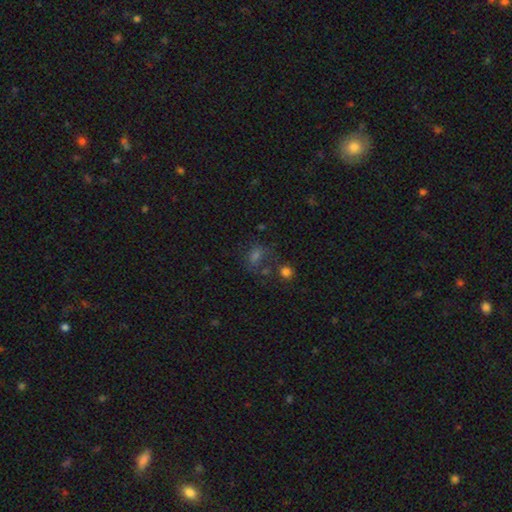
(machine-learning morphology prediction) smooth-or-featured: smooth: 45% | star or artifact: 37% | featured or disk: 18%
  merging: none: 50% | minor disturbance: 17% | merger: 17% | major disturbance: 16%